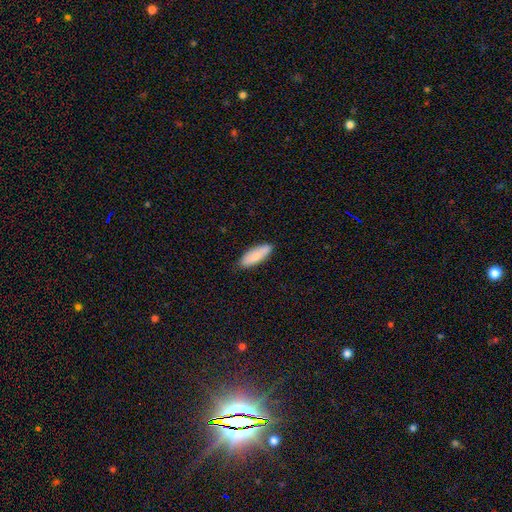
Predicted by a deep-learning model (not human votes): smooth-or-featured: smooth: 84% | featured or disk: 11% | star or artifact: 6%
  how-rounded: in between: 60% | cigar-shaped: 38% | round: 2%
  merging: none: 85% | minor disturbance: 12% | major disturbance: 2% | merger: 1%